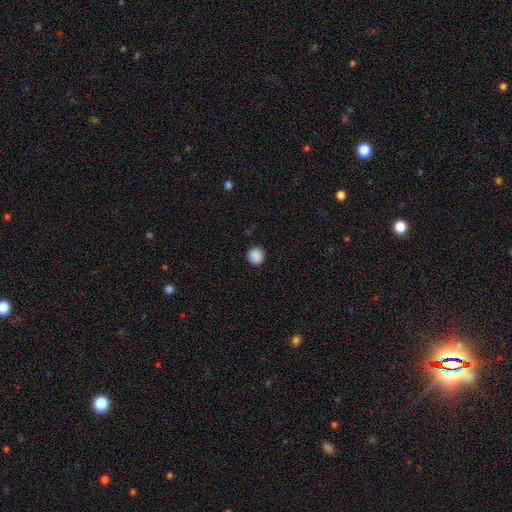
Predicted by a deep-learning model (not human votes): Morphology: type=smooth (89%); roundness=round (92%); merging=none (92%).